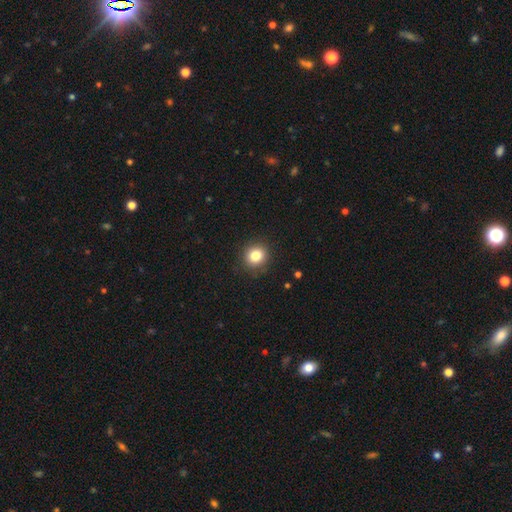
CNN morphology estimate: Smooth or featured?
  - smooth: 82% *
  - star or artifact: 11%
  - featured or disk: 6%
How rounded?
  - round: 88% *
  - in between: 12%
  - cigar-shaped: 1%
Merging?
  - none: 90% *
  - minor disturbance: 7%
  - major disturbance: 2%
  - merger: 1%